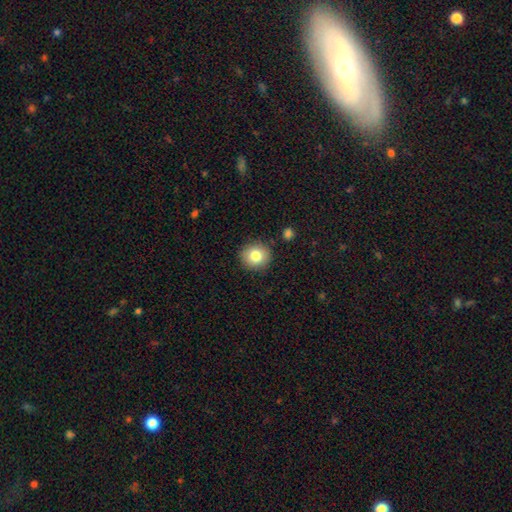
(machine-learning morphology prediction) A smooth galaxy with no disk features (80%) that is round (87%).

Vote fractions:
- Smooth or featured? smooth: 80% / star or artifact: 10% / featured or disk: 10%
- How rounded? round: 87% / in between: 12% / cigar-shaped: 1%
- Merging? none: 88% / minor disturbance: 8% / major disturbance: 2% / merger: 2%